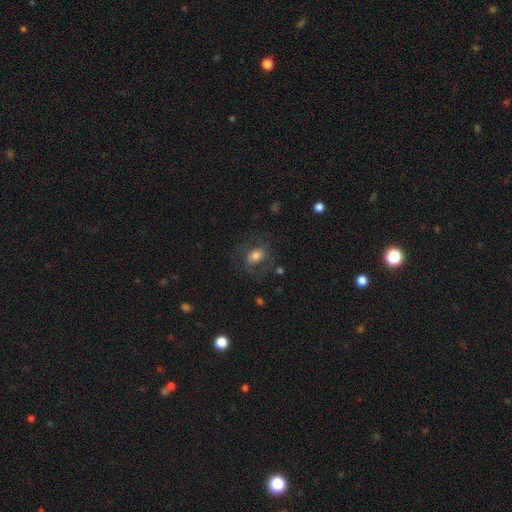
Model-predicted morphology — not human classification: This appears to be a smooth galaxy with no disk features (56%) that is in between round and cigar-shaped (67%). Merging: none (60%).